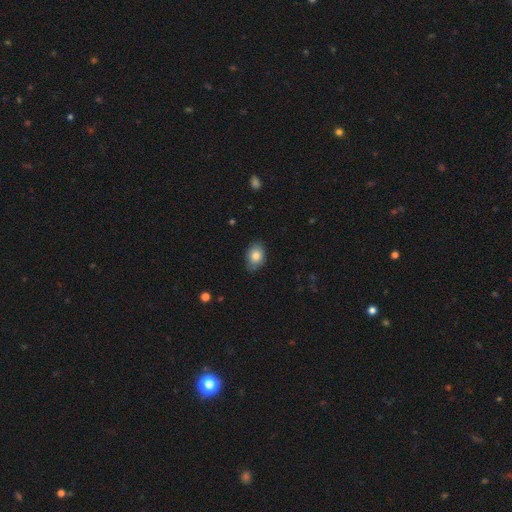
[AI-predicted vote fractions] A smooth galaxy with no disk features (83%) that is in between round and cigar-shaped (78%).

Vote fractions:
- Smooth or featured? smooth: 83% / featured or disk: 9% / star or artifact: 8%
- How rounded? in between: 78% / round: 21% / cigar-shaped: 1%
- Merging? none: 80% / minor disturbance: 17% / major disturbance: 3% / merger: 1%